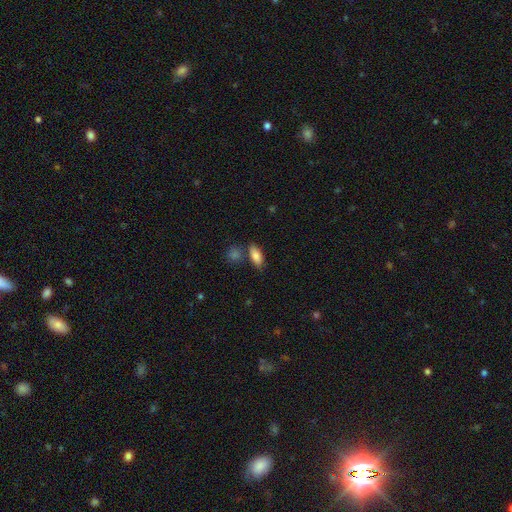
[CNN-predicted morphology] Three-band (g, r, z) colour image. It shows a smooth galaxy with no disk features (84%) that is in between round and cigar-shaped (83%). Merging: none (69%).